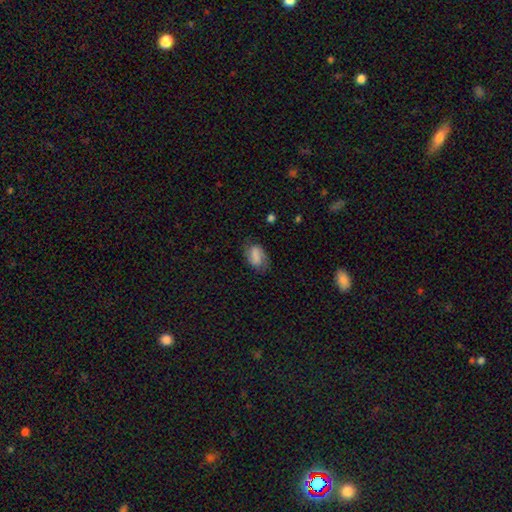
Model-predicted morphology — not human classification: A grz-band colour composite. It shows a smooth galaxy with no disk features (60%) that is in between round and cigar-shaped (85%). Merging: none (64%).